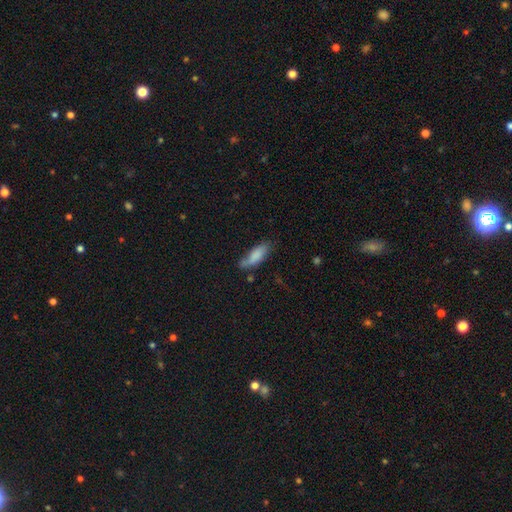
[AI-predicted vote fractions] This appears to be a smooth galaxy with no disk features (81%) that is in between round and cigar-shaped (63%). Merging: none (56%).